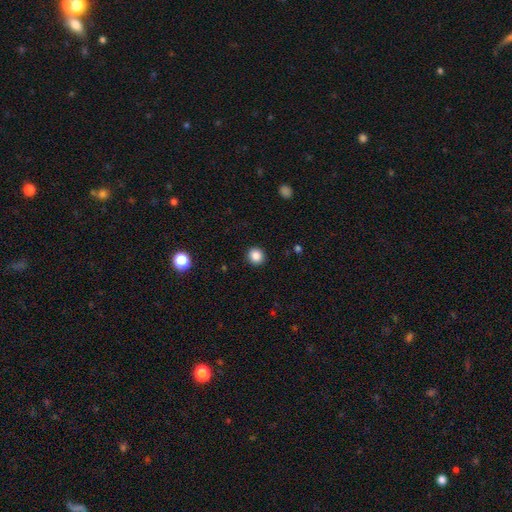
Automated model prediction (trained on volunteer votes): smooth-or-featured: smooth: 86% | star or artifact: 10% | featured or disk: 3%
  how-rounded: round: 91% | in between: 8% | cigar-shaped: 1%
  merging: none: 92% | minor disturbance: 5% | major disturbance: 2% | merger: 1%